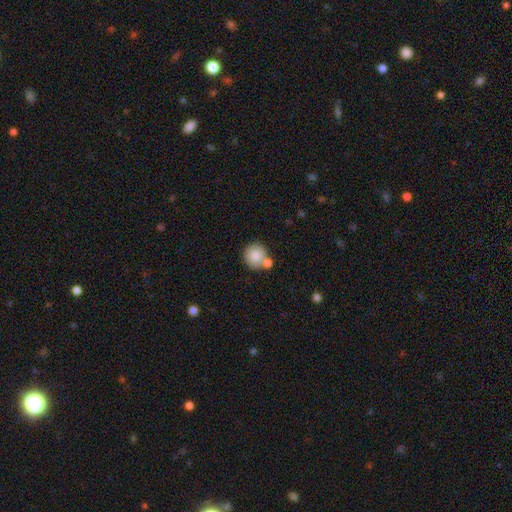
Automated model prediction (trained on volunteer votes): A smooth galaxy with no disk features (85%) that is round (91%). Merging: none (62%).